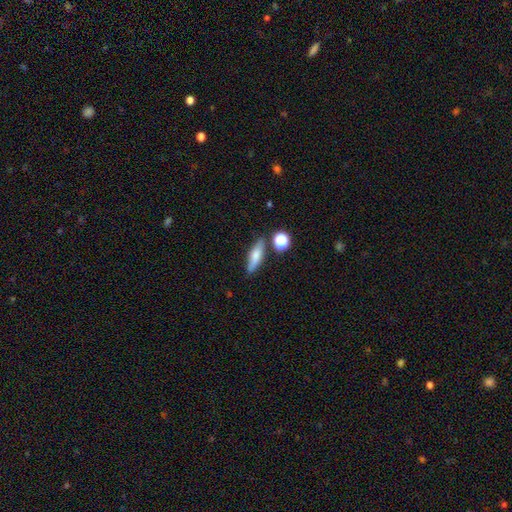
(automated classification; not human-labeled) This is likely a smooth galaxy (63%). How rounded: possibly cigar-shaped (55%). Merging: likely none (74%).